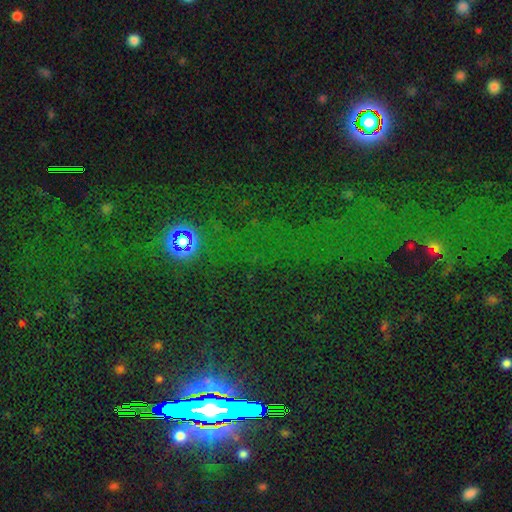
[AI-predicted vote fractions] smooth_or_featured: star or artifact (p=0.76) [alt: smooth p=0.15]